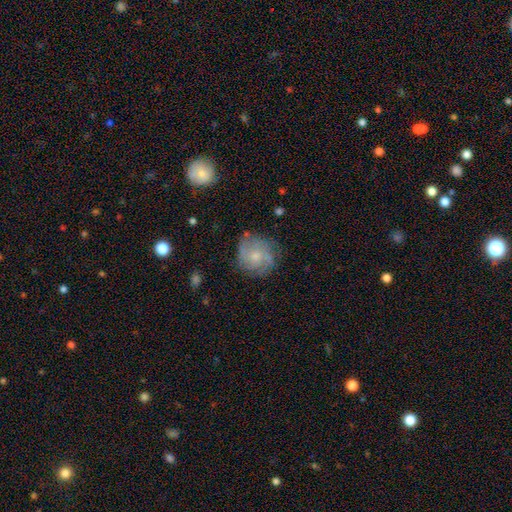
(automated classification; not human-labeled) Smooth or featured? Predicted: featured or disk (p=0.55). Edge-on disk? Predicted: no (p=0.97). Bar? Predicted: no (p=0.80). Spiral arms? Predicted: yes (p=0.79). Bulge size? Predicted: small (p=0.57). Merging? Predicted: none (p=0.72).